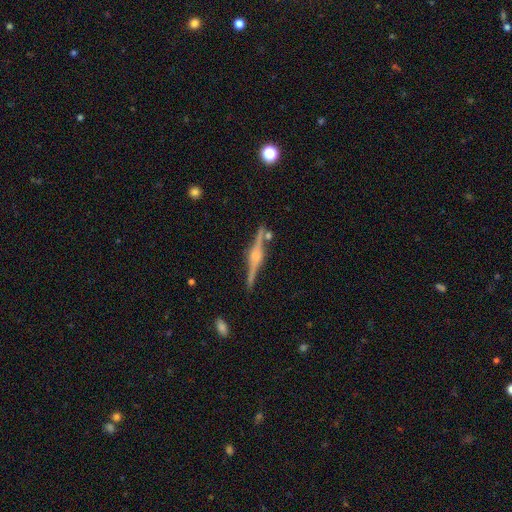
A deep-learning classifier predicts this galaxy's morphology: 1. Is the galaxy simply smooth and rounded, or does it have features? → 85% featured or disk, 9% smooth, 6% star or artifact.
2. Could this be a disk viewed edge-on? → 98% yes, 2% no.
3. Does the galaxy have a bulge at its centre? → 81% rounded, 15% boxy, 4% none.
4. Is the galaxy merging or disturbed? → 85% none, 9% minor disturbance, 4% merger, 2% major disturbance.